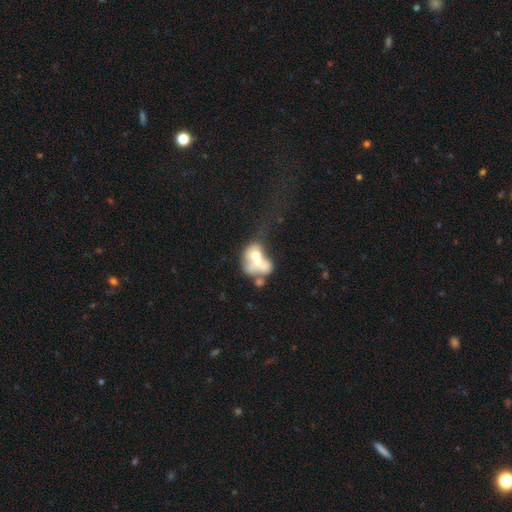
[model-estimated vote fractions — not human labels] Q: Smooth or featured?
A: smooth (45%); tied with: featured or disk (45%)
Q: Merging?
A: merger (68%); runner-up: major disturbance (13%)